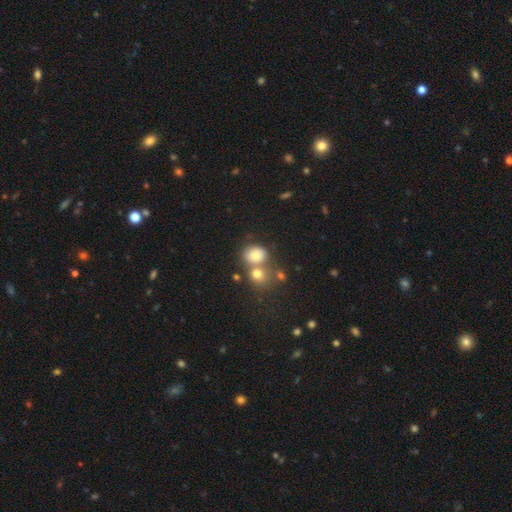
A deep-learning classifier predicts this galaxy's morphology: A smooth galaxy with no disk features (74%) that is round (60%).

Vote fractions:
- Smooth or featured? smooth: 74% / star or artifact: 13% / featured or disk: 13%
- How rounded? round: 60% / in between: 39% / cigar-shaped: 1%
- Merging? none: 47% / merger: 38% / minor disturbance: 10% / major disturbance: 5%